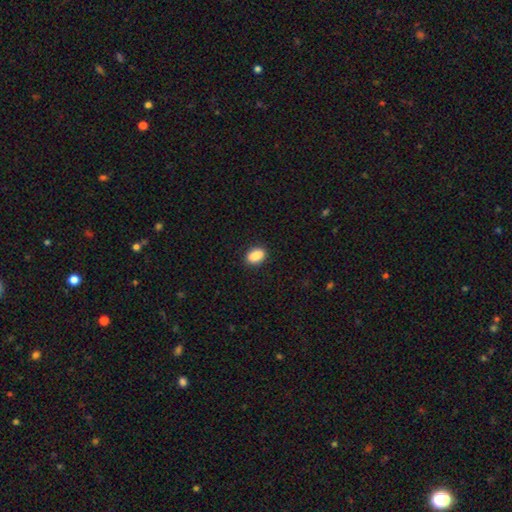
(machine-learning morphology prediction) Overall: smooth (89%). How rounded: in between (87%). Merging: none (89%).